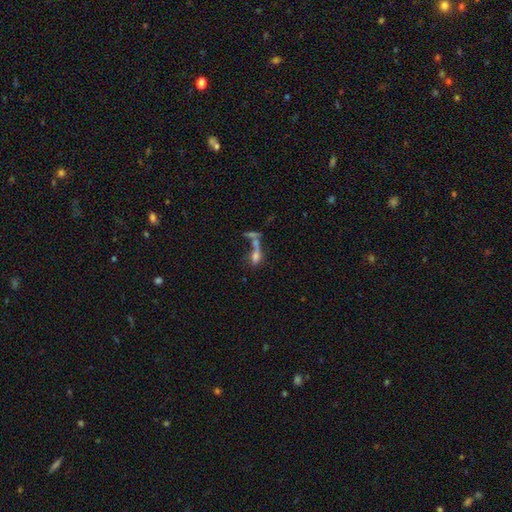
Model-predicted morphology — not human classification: smooth_or_featured: smooth (p=0.58) [alt: featured or disk p=0.27]
how_rounded: in between (p=0.62) [alt: cigar-shaped p=0.30]
merging: merger (p=0.49) [alt: none p=0.22]